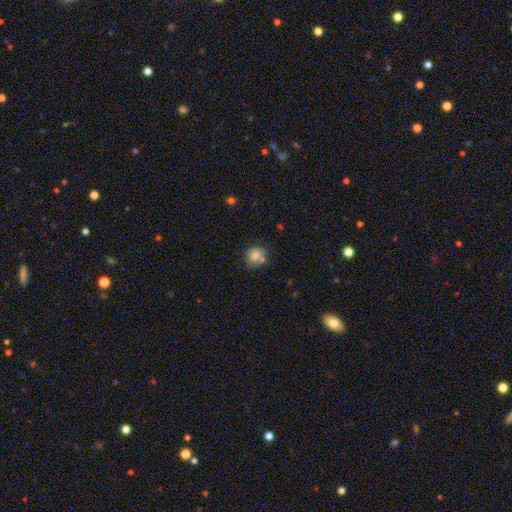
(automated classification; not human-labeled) A smooth galaxy with no disk features (79%) that is round (85%). Merging: none (66%).